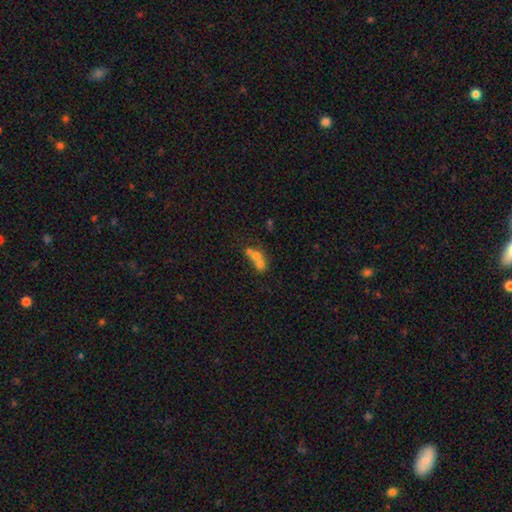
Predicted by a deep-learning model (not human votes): This appears to be a smooth galaxy with no disk features (59%) that is round (68%). Merging: merger (68%).